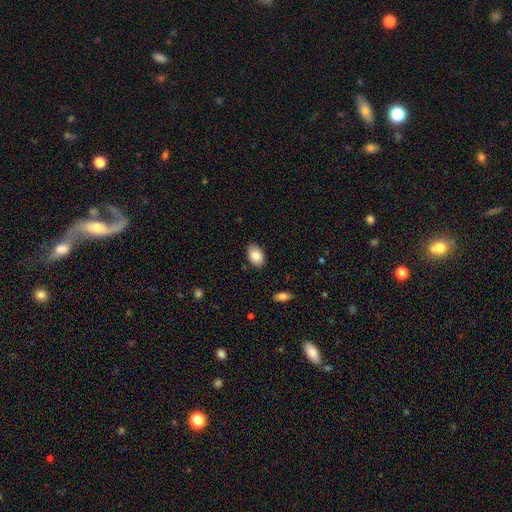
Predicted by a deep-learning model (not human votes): Smooth or featured? Predicted: smooth (p=0.85). How rounded? Predicted: in between (p=0.90). Merging? Predicted: none (p=0.86).